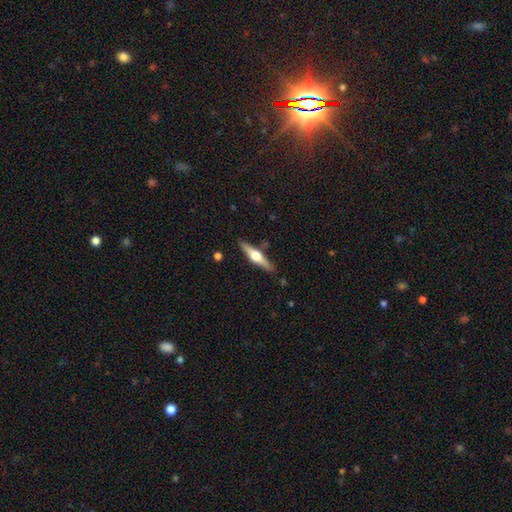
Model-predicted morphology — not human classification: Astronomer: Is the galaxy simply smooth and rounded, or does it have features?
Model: featured or disk — 70%.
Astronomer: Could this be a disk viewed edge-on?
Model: yes — 97%.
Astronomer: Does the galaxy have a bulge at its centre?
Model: rounded — 95%.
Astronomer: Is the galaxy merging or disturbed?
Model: none — 87%.